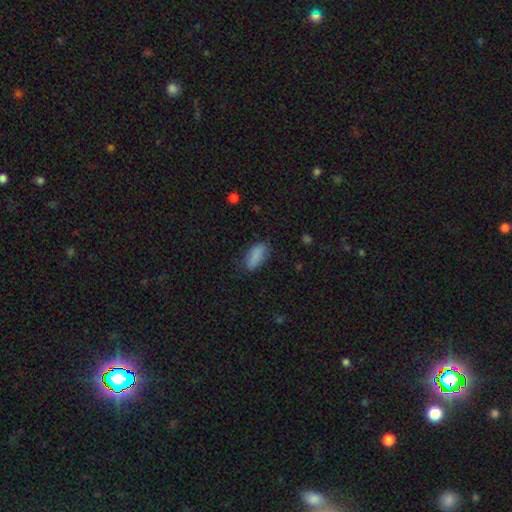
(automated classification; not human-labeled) A smooth galaxy with no disk features (85%) that is in between round and cigar-shaped (84%). Merging: none (72%).